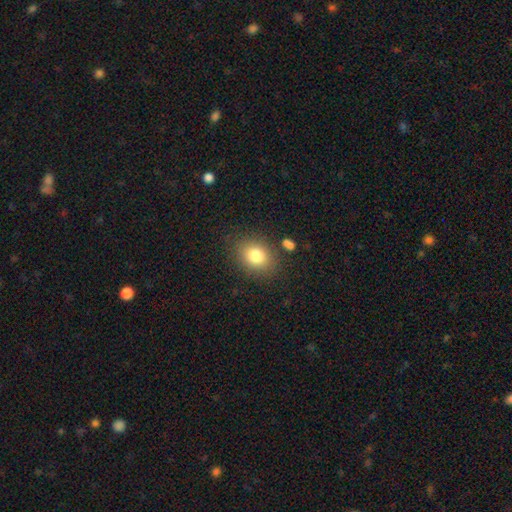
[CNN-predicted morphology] smooth 81%, star or artifact 10%, featured or disk 9%. Down the decision tree: how rounded — in between (55%); merging — none (82%).